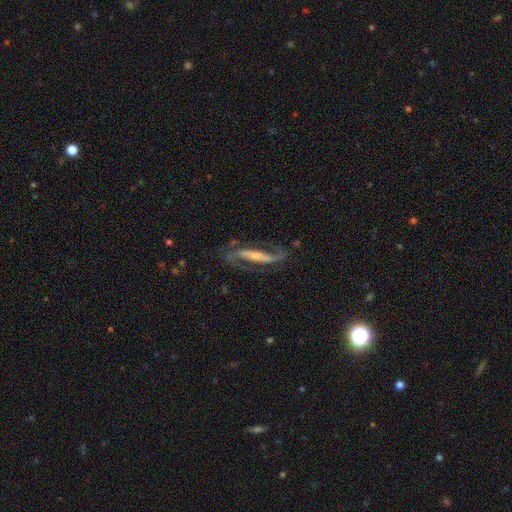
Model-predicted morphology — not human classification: Overall: featured or disk (88%). Edge-on disk: no (82%). Bar: strong (58%; weak 24%). Spiral arms: yes (96%). Spiral arm count: 2 (92%). Spiral winding: medium (44%; loose 42%). Bulge size: small (56%; moderate 35%). Merging: none (71%).